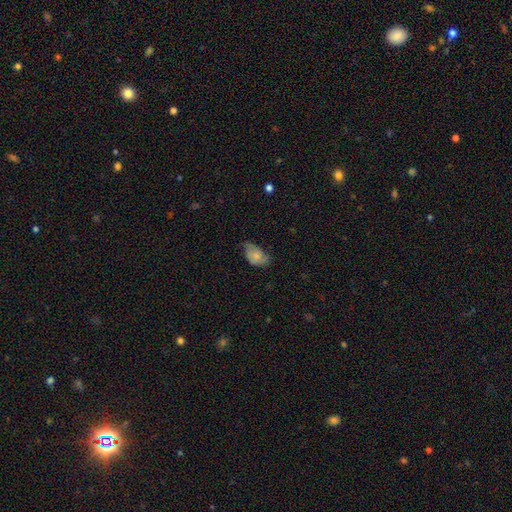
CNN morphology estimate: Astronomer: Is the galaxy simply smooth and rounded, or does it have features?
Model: smooth — 67%.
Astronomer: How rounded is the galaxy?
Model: in between — 88%.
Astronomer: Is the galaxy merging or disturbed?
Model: minor disturbance — 42%, tied with none at 42%.